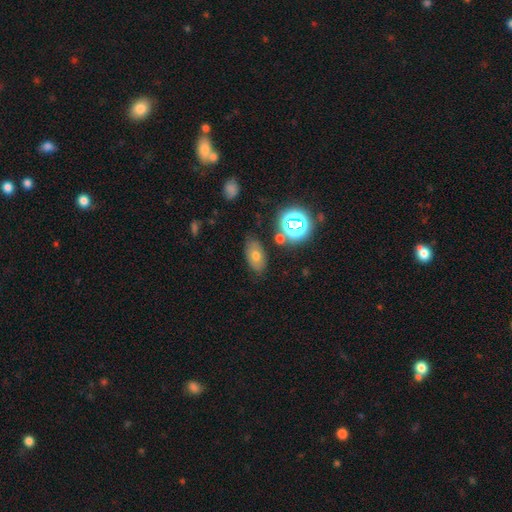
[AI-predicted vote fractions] Smooth or featured? smooth (61%)
How rounded? in between (86%)
Merging? none (76%)